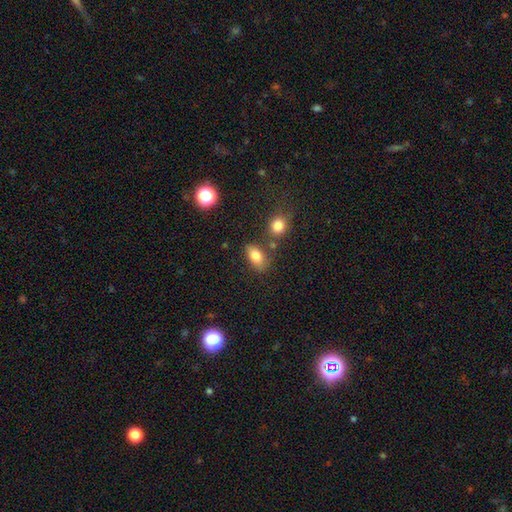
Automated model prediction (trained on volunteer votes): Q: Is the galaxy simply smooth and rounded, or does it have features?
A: smooth — 81%.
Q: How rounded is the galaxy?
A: in between — 87%.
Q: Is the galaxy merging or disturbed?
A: none — 69%.